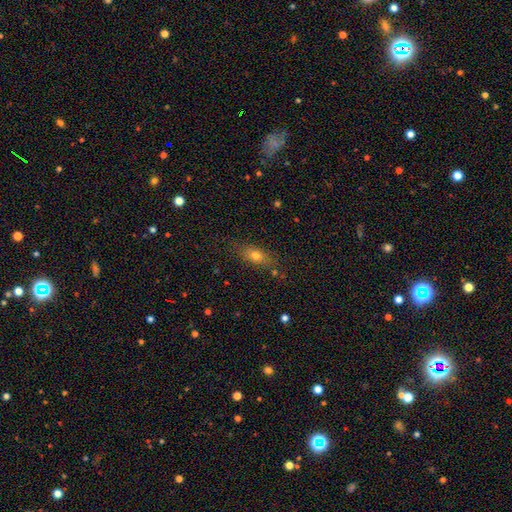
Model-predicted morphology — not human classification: smooth_or_featured: smooth (p=0.70) [alt: featured or disk p=0.18]
how_rounded: in between (p=0.68) [alt: cigar-shaped p=0.20]
merging: none (p=0.76) [alt: minor disturbance p=0.16]